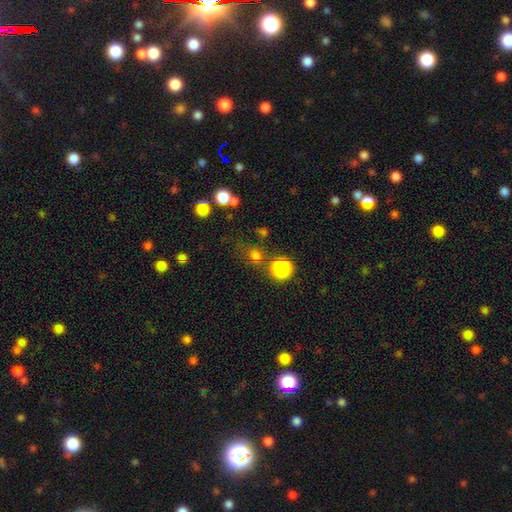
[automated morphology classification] smooth-or-featured: smooth: 69% | star or artifact: 24% | featured or disk: 7%
  how-rounded: round: 81% | in between: 18% | cigar-shaped: 1%
  merging: none: 67% | minor disturbance: 13% | merger: 12% | major disturbance: 8%